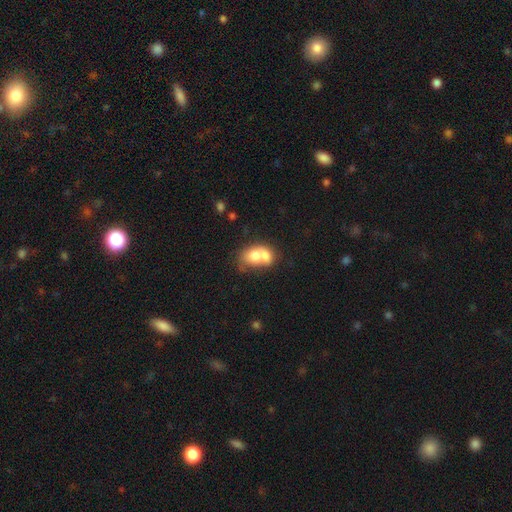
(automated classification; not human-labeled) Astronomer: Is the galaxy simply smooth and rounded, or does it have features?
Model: smooth — 68%.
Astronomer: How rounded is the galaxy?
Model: in between — 67%.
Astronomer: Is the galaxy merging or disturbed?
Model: merger — 69%.